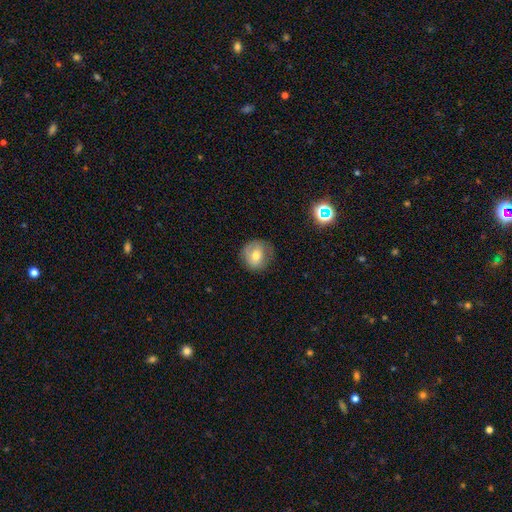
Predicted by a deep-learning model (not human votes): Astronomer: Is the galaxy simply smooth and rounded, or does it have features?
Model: smooth — 64%.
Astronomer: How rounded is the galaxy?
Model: round — 84%.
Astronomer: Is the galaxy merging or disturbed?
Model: none — 74%.